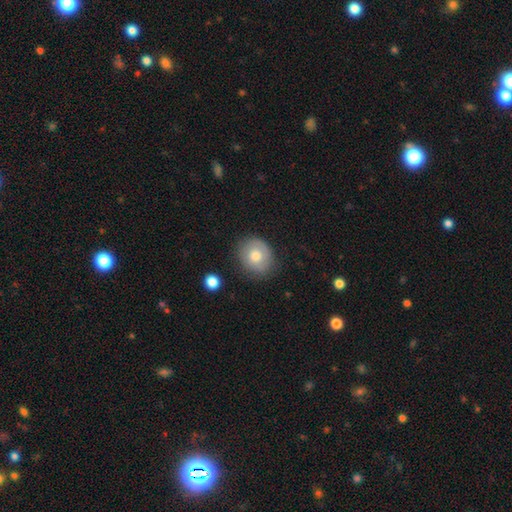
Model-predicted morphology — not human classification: smooth_or_featured: smooth (p=0.66) [alt: featured or disk p=0.26]
how_rounded: round (p=0.69) [alt: in between p=0.30]
merging: none (p=0.79) [alt: minor disturbance p=0.16]